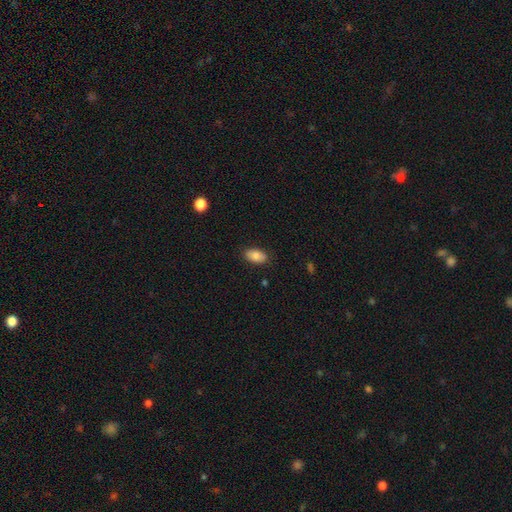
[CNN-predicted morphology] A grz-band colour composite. It shows a smooth galaxy with no disk features (84%) that is in between round and cigar-shaped (93%). Merging: none (85%).